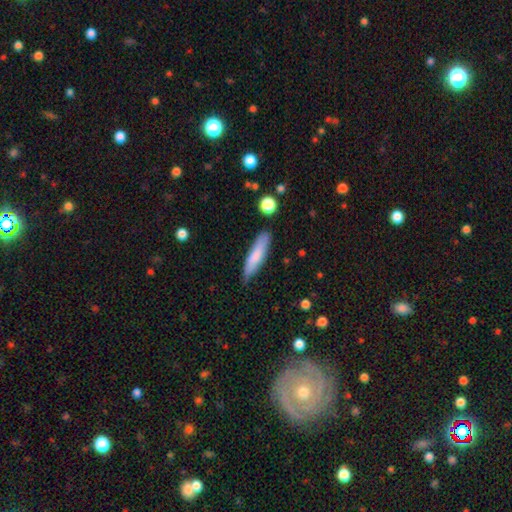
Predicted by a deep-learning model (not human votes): smooth-or-featured: smooth: 78% | featured or disk: 15% | star or artifact: 6%
  how-rounded: cigar-shaped: 74% | in between: 24% | round: 2%
  merging: none: 79% | minor disturbance: 16% | major disturbance: 3% | merger: 2%